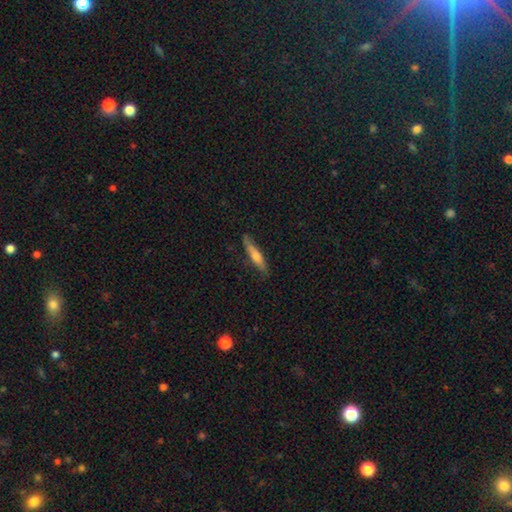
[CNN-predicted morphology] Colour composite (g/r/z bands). It shows a smooth galaxy with no disk features (56%) that is cigar-shaped (89%). Merging: none (83%).